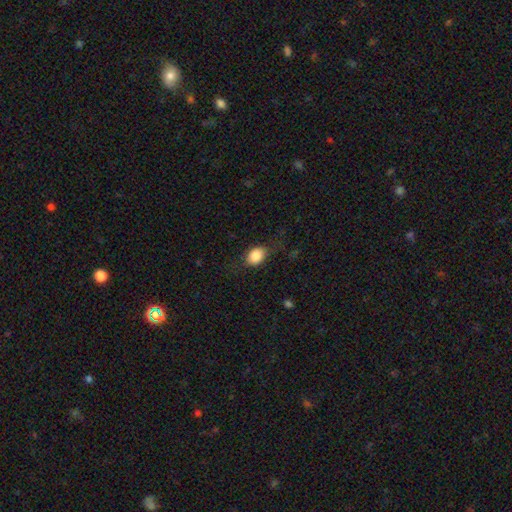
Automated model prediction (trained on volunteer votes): smooth 83%, featured or disk 9%, star or artifact 8%. Down the decision tree: how rounded — in between (68%); merging — none (67%).